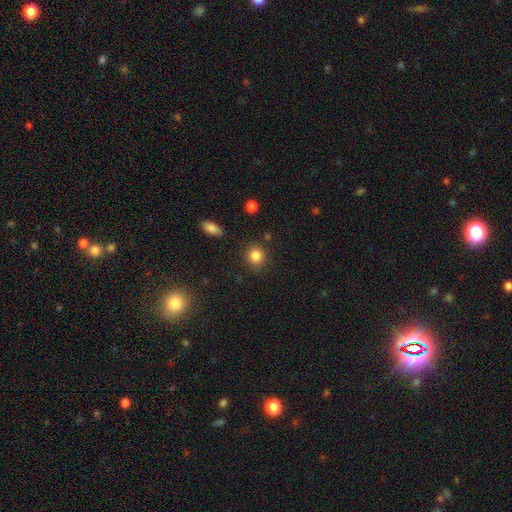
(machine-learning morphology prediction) smooth_or_featured: smooth (p=0.85) [alt: star or artifact p=0.11]
how_rounded: round (p=0.85) [alt: in between p=0.14]
merging: none (p=0.84) [alt: minor disturbance p=0.09]